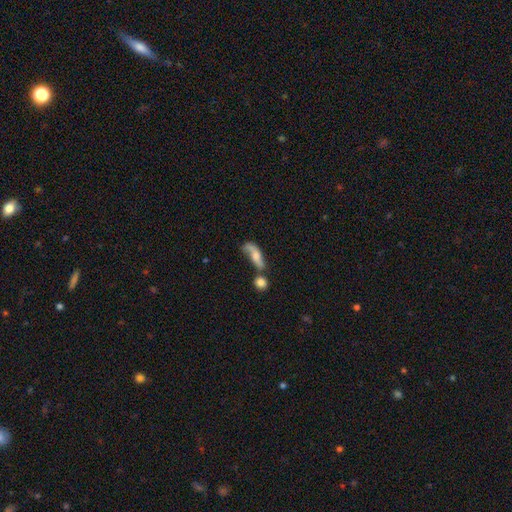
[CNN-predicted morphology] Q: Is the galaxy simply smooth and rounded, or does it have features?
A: featured or disk — 50%.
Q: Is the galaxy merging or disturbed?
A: merger — 34%.